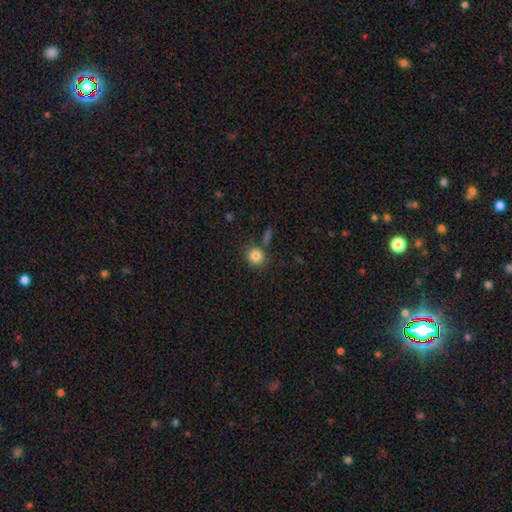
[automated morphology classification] A smooth galaxy with no disk features (83%) that is round (88%).

Vote fractions:
- Smooth or featured? smooth: 83% / star or artifact: 10% / featured or disk: 6%
- How rounded? round: 88% / in between: 11% / cigar-shaped: 1%
- Merging? none: 74% / minor disturbance: 12% / merger: 10% / major disturbance: 4%